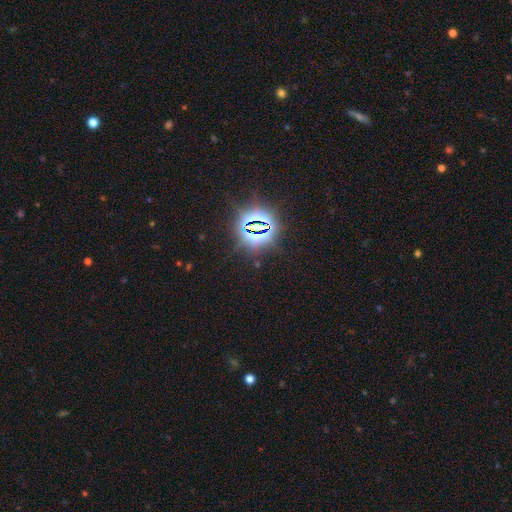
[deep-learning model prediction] This is clearly a star or artifact rather than a galaxy (83%).